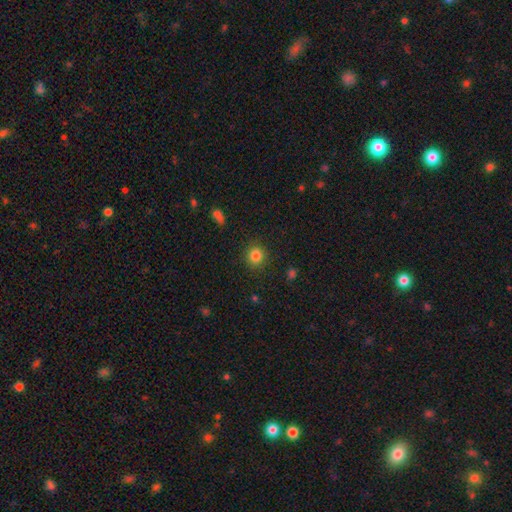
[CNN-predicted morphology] Overall: smooth (83%). How rounded: round (90%). Merging: none (89%).